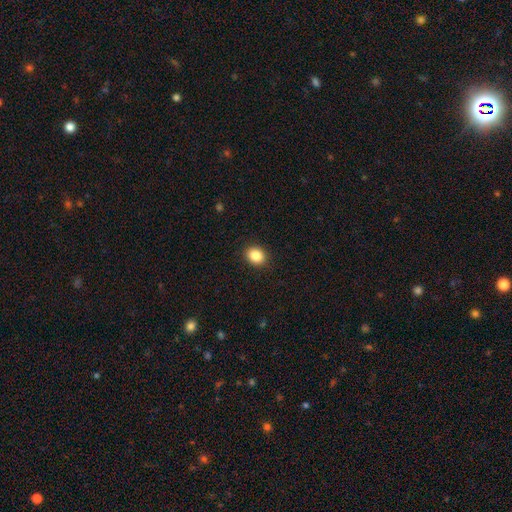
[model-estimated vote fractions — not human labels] smooth-or-featured: smooth: 87% | star or artifact: 9% | featured or disk: 4%
  how-rounded: round: 56% | in between: 43% | cigar-shaped: 1%
  merging: none: 91% | minor disturbance: 7% | major disturbance: 2% | merger: 1%